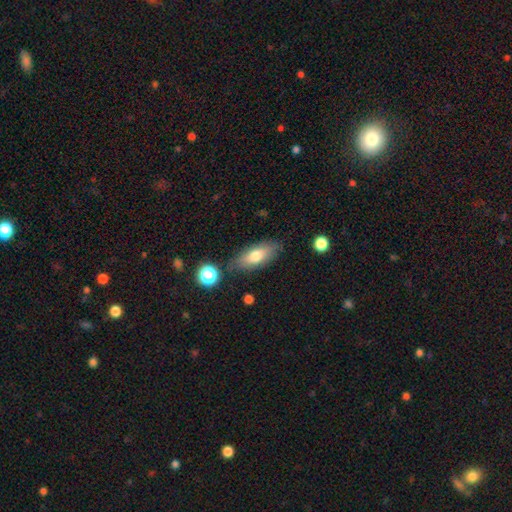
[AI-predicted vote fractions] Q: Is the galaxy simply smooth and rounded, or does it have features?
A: smooth — 73%.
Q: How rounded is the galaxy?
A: in between — 73%.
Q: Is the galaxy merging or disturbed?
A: none — 80%.